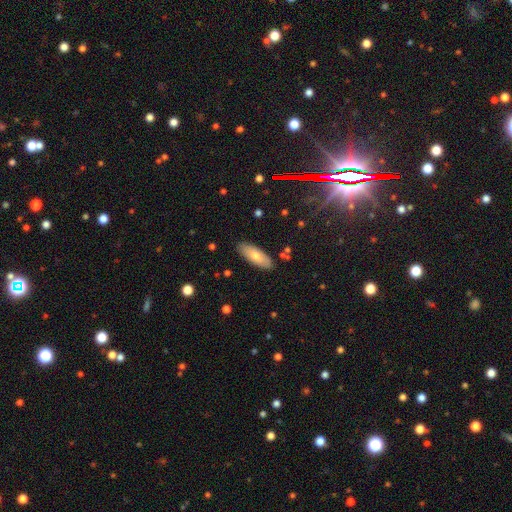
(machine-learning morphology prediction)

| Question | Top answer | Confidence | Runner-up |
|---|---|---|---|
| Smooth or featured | smooth | 67% | featured or disk (25%) |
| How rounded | in between | 70% | cigar-shaped (28%) |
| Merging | none | 87% | minor disturbance (9%) |